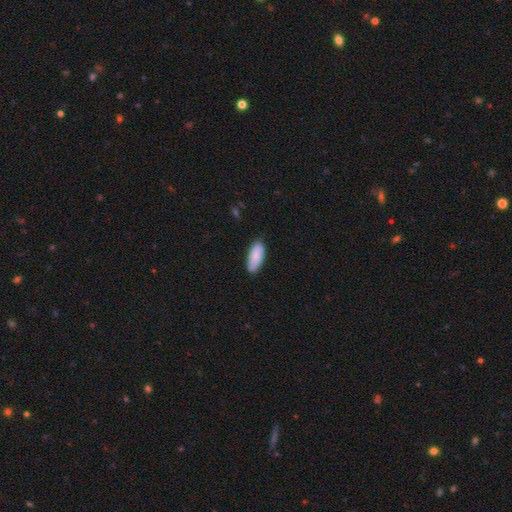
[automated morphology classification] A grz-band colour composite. It shows a smooth galaxy with no disk features (84%) that is in between round and cigar-shaped (81%). Merging: none (80%).